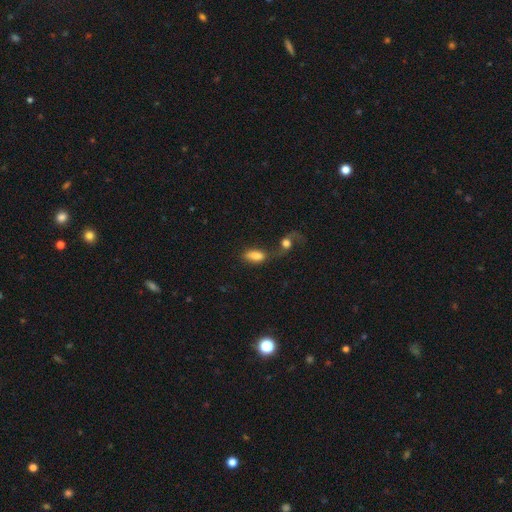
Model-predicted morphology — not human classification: This appears to be a smooth galaxy with no disk features (79%) that is in between round and cigar-shaped (87%). Merging: merger (46%).